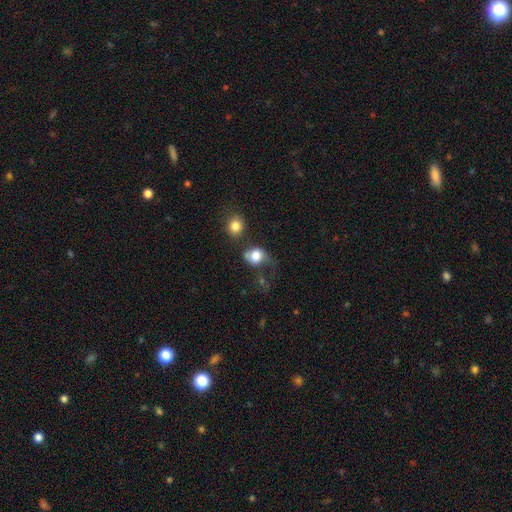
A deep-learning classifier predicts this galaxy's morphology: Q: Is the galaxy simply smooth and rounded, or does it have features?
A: smooth — 75%.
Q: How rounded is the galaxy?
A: round — 62%.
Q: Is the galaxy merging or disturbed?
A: none — 32%.